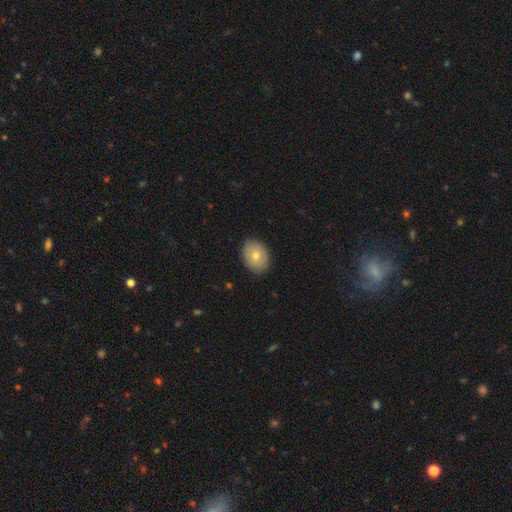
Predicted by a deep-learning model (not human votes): Q: Smooth or featured?
A: smooth (71%); runner-up: featured or disk (21%)
Q: How rounded?
A: in between (68%); runner-up: round (31%)
Q: Merging?
A: none (88%); runner-up: minor disturbance (9%)